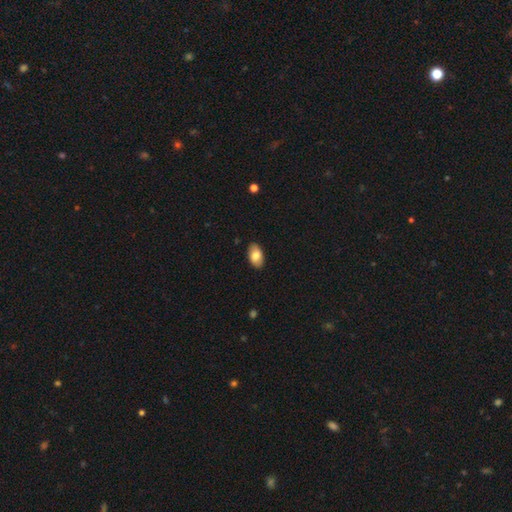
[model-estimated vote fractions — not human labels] Smooth or featured? Predicted: smooth (p=0.80). How rounded? Predicted: in between (p=0.94). Merging? Predicted: none (p=0.88).